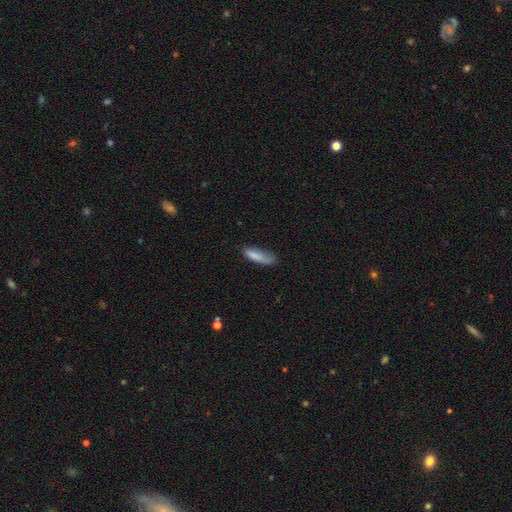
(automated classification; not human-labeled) Morphology: type=smooth (83%); roundness=cigar-shaped (57%); merging=none (55%).